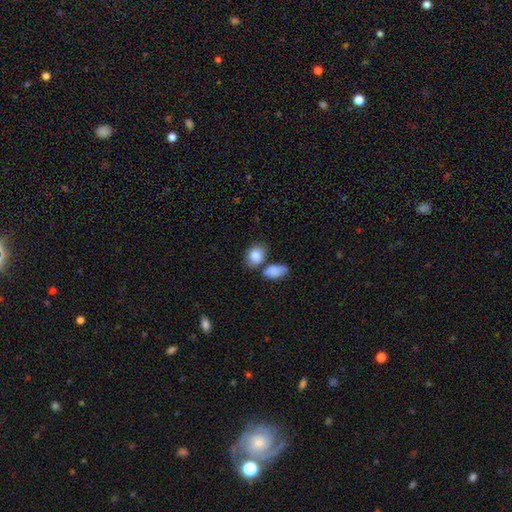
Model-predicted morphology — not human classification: This appears to be a smooth galaxy with no disk features (85%) that is in between round and cigar-shaped (66%). Merging: none (57%).